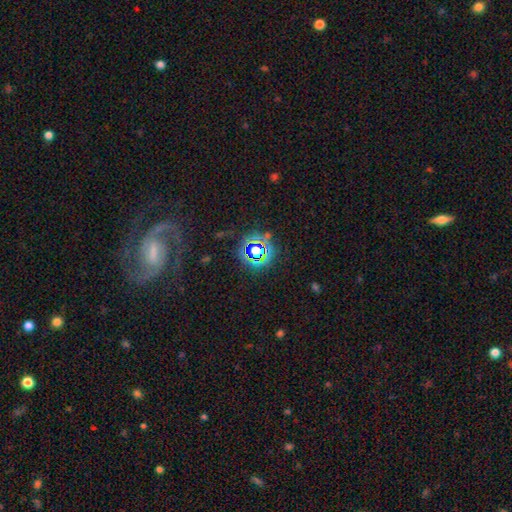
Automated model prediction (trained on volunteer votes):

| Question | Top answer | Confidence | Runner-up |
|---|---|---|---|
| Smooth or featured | star or artifact | 68% | smooth (22%) |